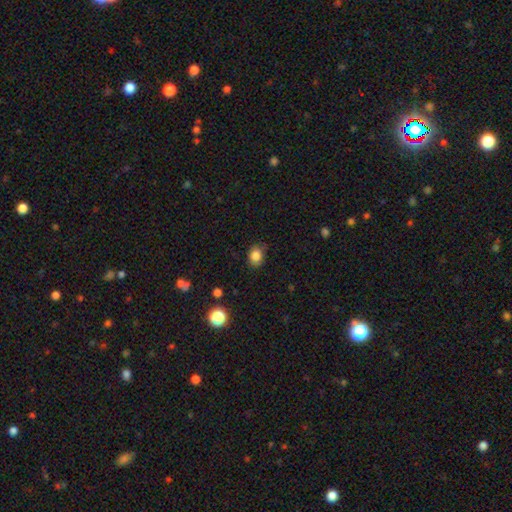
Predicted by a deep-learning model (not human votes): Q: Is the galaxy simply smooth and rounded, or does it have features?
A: smooth — 84%.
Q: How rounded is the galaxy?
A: in between — 52%.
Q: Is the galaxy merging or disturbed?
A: none — 77%.